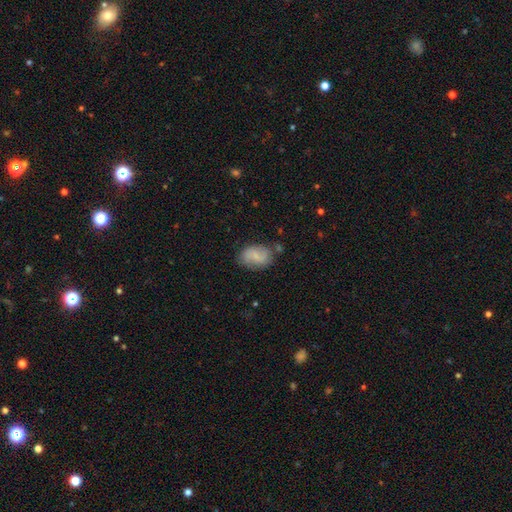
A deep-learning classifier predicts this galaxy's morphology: Q: Smooth or featured?
A: smooth (47%); runner-up: featured or disk (45%)
Q: Merging?
A: none (70%); runner-up: minor disturbance (20%)